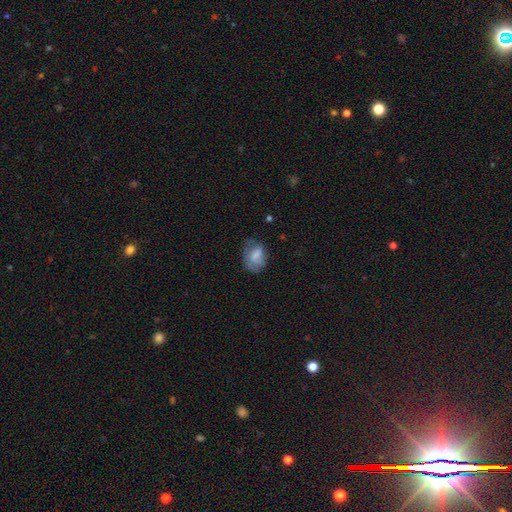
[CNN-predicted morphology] type=smooth (72%); roundness=in between (74%); merging=none (48%).